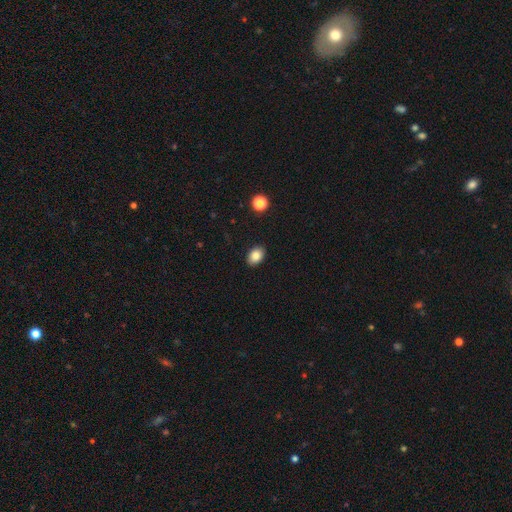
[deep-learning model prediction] smooth-or-featured: smooth: 86% | star or artifact: 9% | featured or disk: 6%
  how-rounded: in between: 78% | round: 21% | cigar-shaped: 1%
  merging: none: 90% | minor disturbance: 7% | major disturbance: 2% | merger: 1%